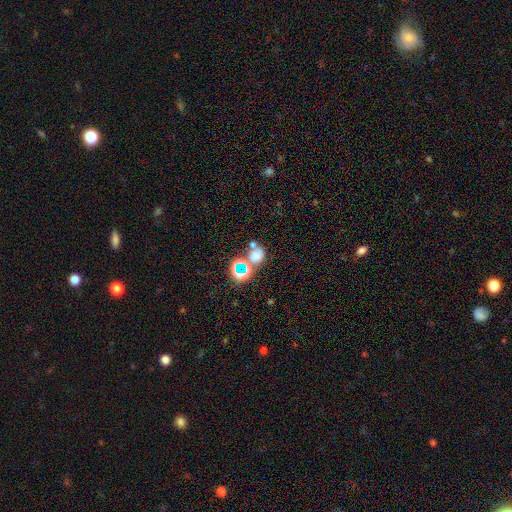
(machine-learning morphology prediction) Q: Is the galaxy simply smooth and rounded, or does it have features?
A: smooth — 57%.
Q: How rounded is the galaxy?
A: round — 68%.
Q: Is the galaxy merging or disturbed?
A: none — 47%.